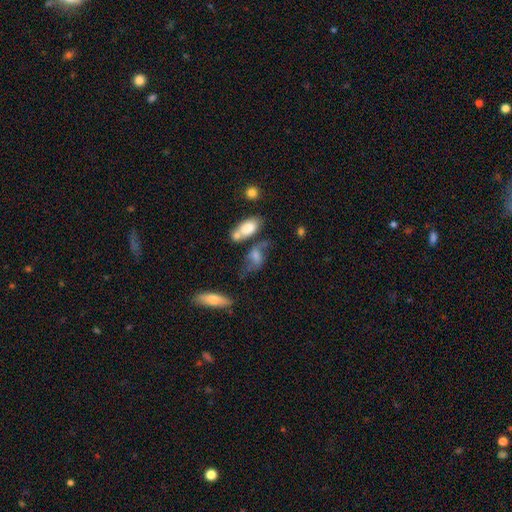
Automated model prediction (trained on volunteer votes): The model was most divided on "merging": none: 35%, merger: 25%, minor disturbance: 23%, major disturbance: 17%. More confident: how rounded — in between (81%); smooth or featured — smooth (60%).